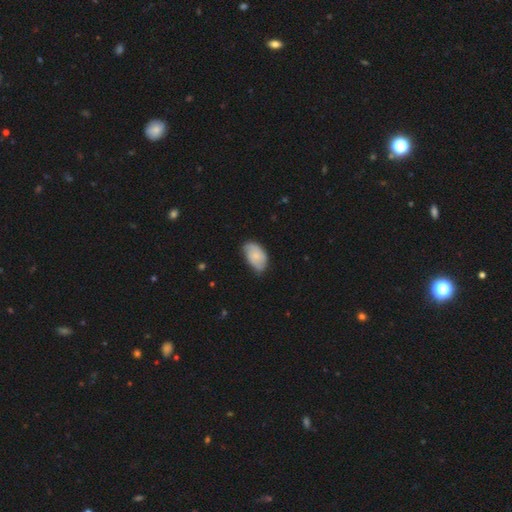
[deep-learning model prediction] Smooth or featured?
  - smooth: 62% *
  - featured or disk: 31%
  - star or artifact: 7%
How rounded?
  - in between: 92% *
  - round: 6%
  - cigar-shaped: 2%
Merging?
  - none: 58% *
  - minor disturbance: 34%
  - major disturbance: 7%
  - merger: 2%